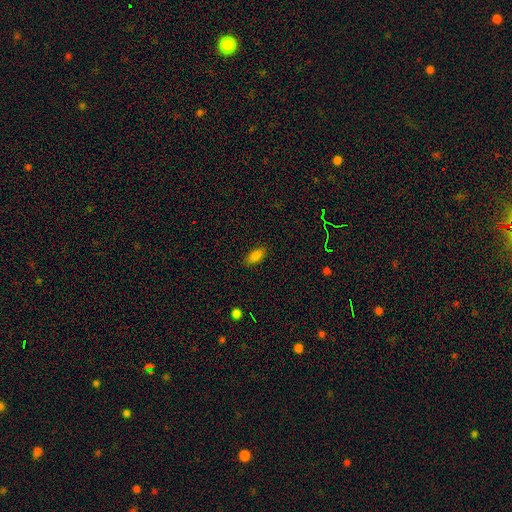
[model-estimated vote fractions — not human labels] The model was most divided on "smooth or featured": smooth: 84%, star or artifact: 10%, featured or disk: 6%. More confident: how rounded — in between (90%); merging — none (86%).